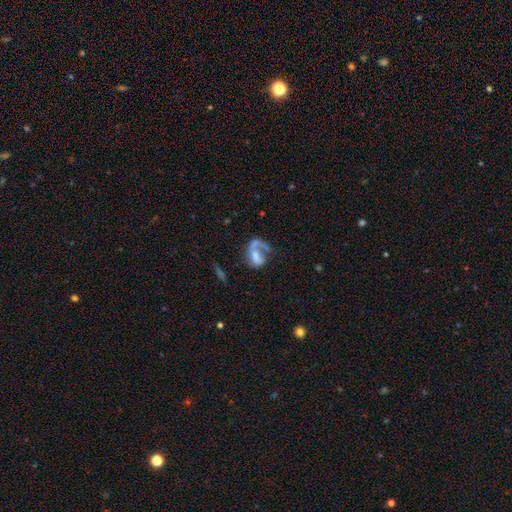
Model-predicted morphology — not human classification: Overall: featured or disk (60%; smooth 31%). Edge-on disk: no (97%). Bar: no (55%; weak 32%). Spiral arms: yes (67%; no 33%). Bulge size: none (33%; moderate 29%). Merging: major disturbance (43%; none 32%).